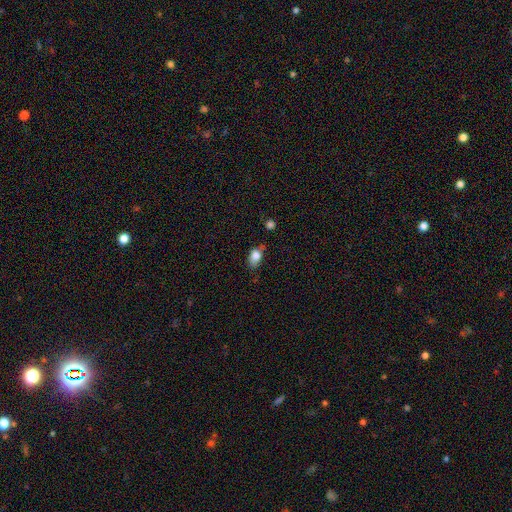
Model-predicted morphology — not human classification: Smooth or featured? Predicted: smooth (p=0.82). How rounded? Predicted: in between (p=0.82). Merging? Predicted: none (p=0.52).